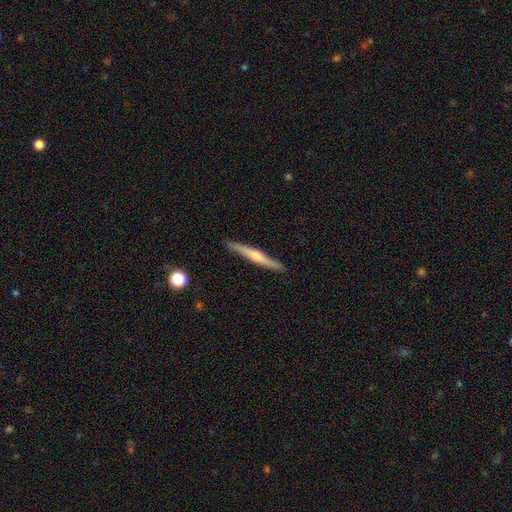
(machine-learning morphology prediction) The model was most divided on "smooth or featured": featured or disk: 55%, smooth: 39%, star or artifact: 6%. More confident: edge-on disk — yes (97%); merging — none (90%); edge-on bulge — rounded (59%).